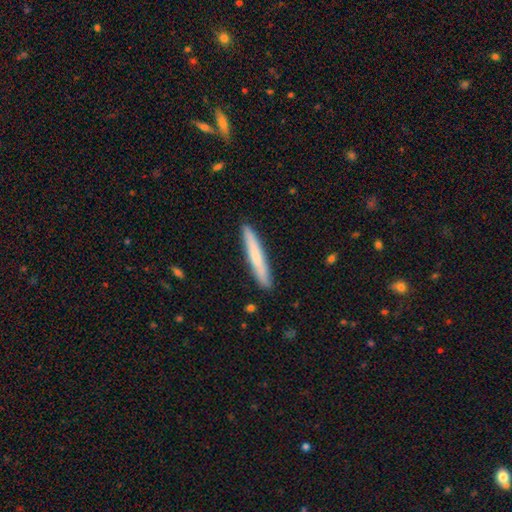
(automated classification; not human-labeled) Smooth or featured? Predicted: smooth (p=0.68). How rounded? Predicted: cigar-shaped (p=0.96). Merging? Predicted: none (p=0.90).